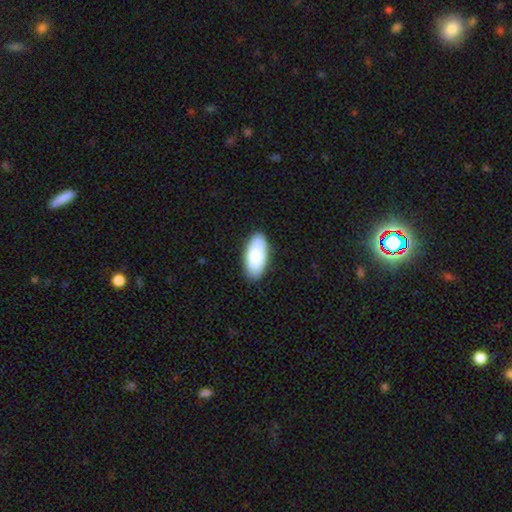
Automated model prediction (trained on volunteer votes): smooth 87%, featured or disk 8%, star or artifact 5%. Down the decision tree: how rounded — in between (91%); merging — none (86%).